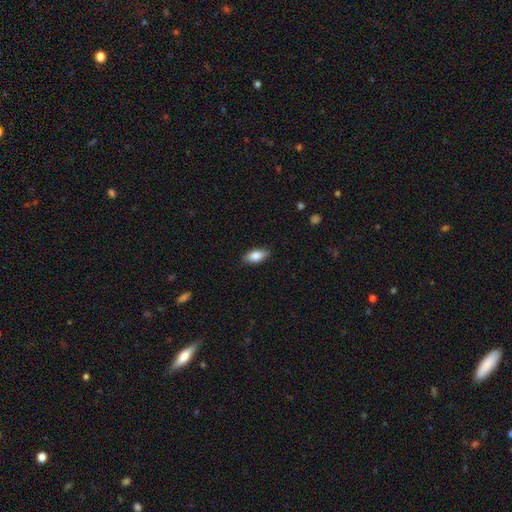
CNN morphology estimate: A smooth galaxy with no disk features (82%) that is in between round and cigar-shaped (88%). Merging: none (86%).